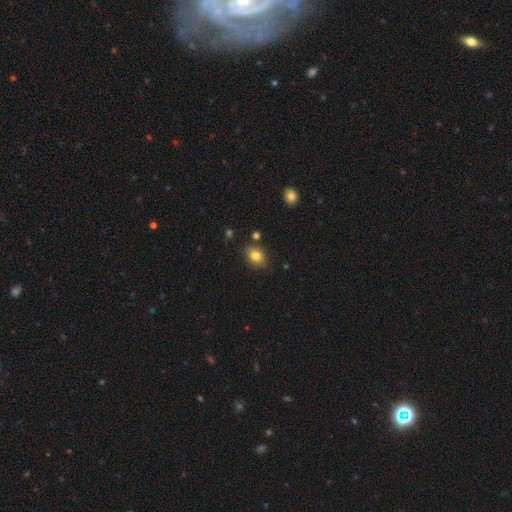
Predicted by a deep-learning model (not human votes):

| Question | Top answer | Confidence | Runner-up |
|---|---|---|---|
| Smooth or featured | smooth | 79% | featured or disk (11%) |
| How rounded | in between | 76% | round (22%) |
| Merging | none | 79% | minor disturbance (15%) |